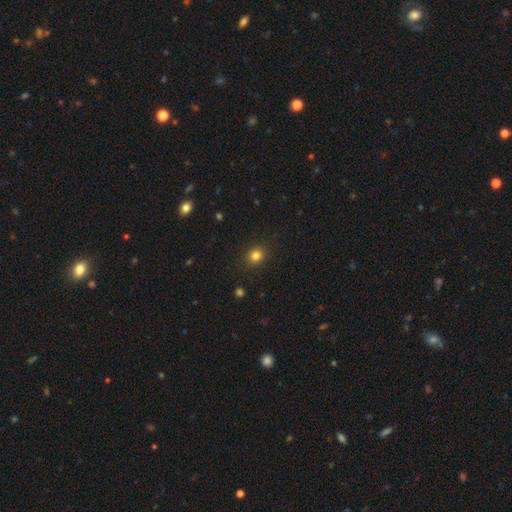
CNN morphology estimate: This appears to be a smooth galaxy with no disk features (82%) that is round (72%). Merging: none (89%).